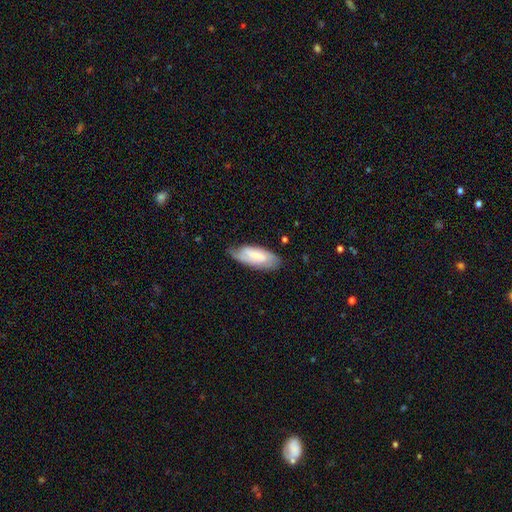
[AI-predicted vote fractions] A featured or disk galaxy (53%). Merging: none (67%).